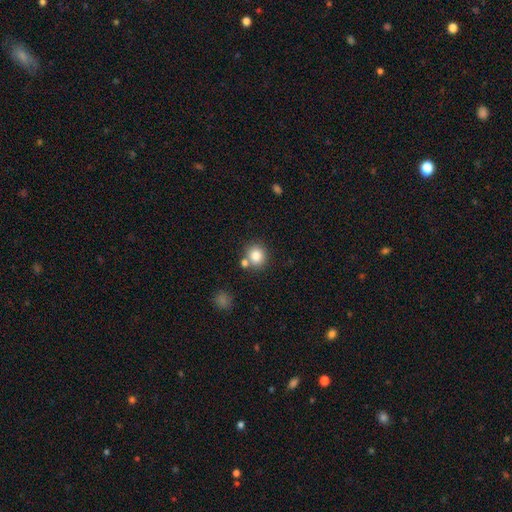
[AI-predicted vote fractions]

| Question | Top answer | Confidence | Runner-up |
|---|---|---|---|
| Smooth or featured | smooth | 82% | star or artifact (10%) |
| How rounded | round | 87% | in between (12%) |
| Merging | none | 70% | merger (18%) |